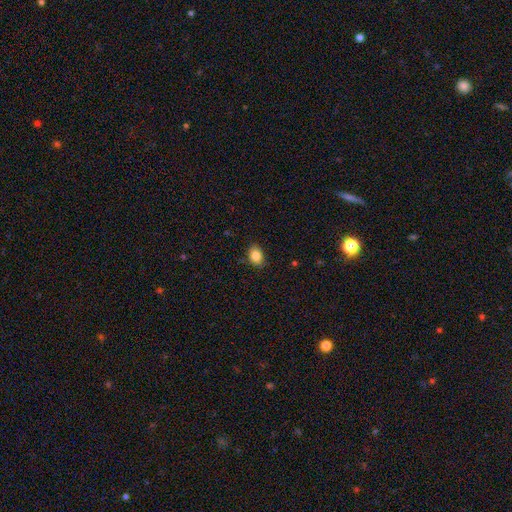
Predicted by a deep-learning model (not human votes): A smooth galaxy with no disk features (86%) that is in between round and cigar-shaped (74%). Merging: none (85%).